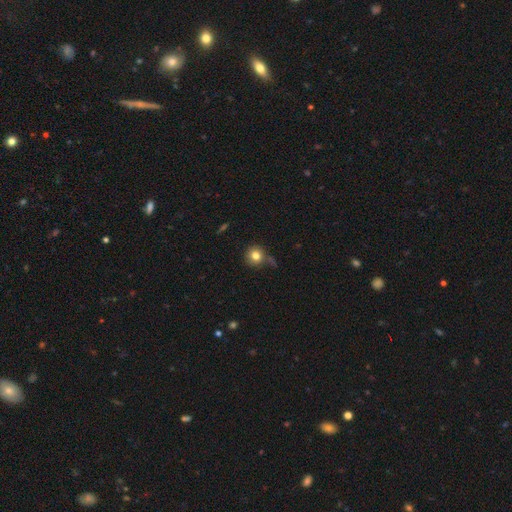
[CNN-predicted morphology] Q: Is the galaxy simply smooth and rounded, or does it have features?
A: smooth — 80%.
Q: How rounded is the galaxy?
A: round — 92%.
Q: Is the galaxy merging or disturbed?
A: none — 72%.